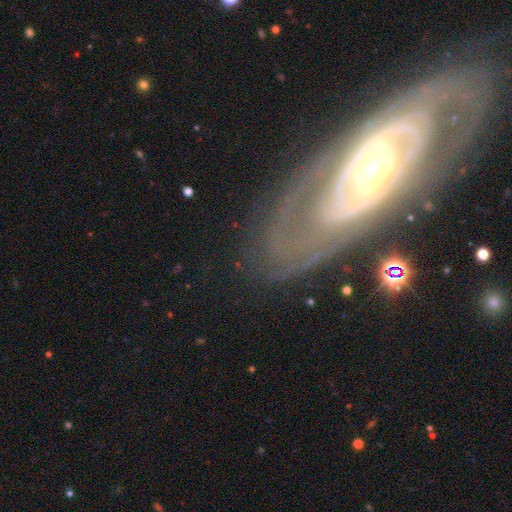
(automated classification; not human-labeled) Overall: featured or disk (81%). Edge-on disk: no (88%). Bar: no (53%; weak 27%). Spiral arms: yes (76%). Spiral arm count: can't tell (44%; 2 32%). Spiral winding: tight (67%). Bulge size: small (47%; moderate 44%). Merging: none (72%).